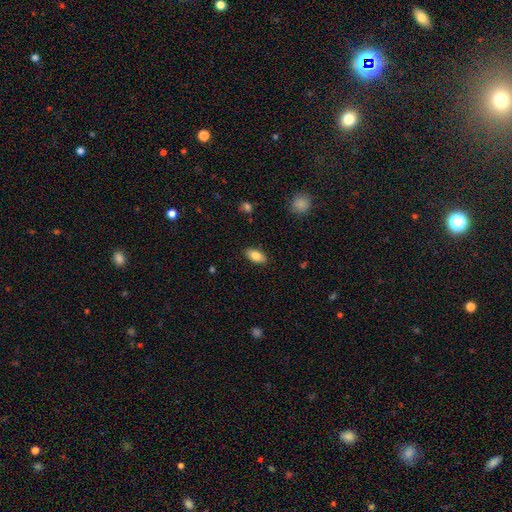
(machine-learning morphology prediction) smooth 81%, featured or disk 12%, star or artifact 7%. Down the decision tree: how rounded — in between (92%); merging — none (88%).